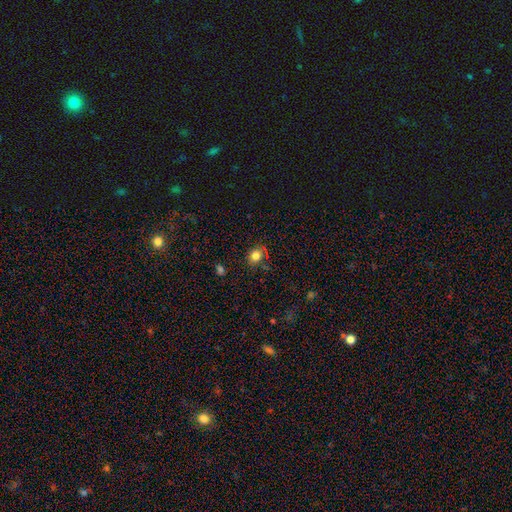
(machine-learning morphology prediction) The model was most divided on "how rounded": round: 68%, in between: 31%, cigar-shaped: 1%. More confident: merging — none (79%); smooth or featured — smooth (79%).